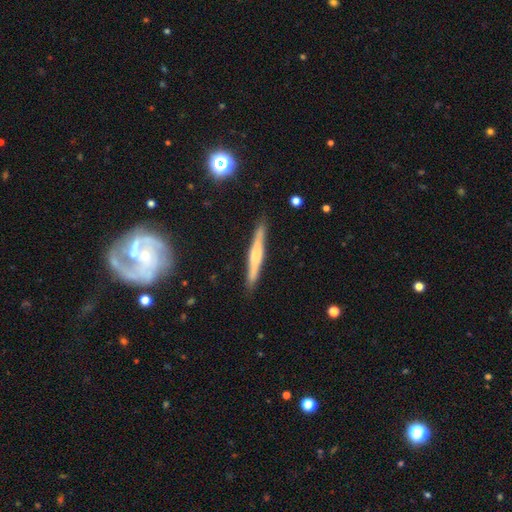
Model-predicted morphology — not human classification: A featured or disk galaxy (58%) viewed edge-on (96%) with a rounded central bulge (53%).

Vote fractions:
- Smooth or featured? featured or disk: 58% / smooth: 35% / star or artifact: 7%
- Edge-on disk? yes: 96% / no: 4%
- Edge-on bulge? rounded: 53% / none: 25% / boxy: 22%
- Merging? none: 87% / minor disturbance: 10% / major disturbance: 2% / merger: 1%